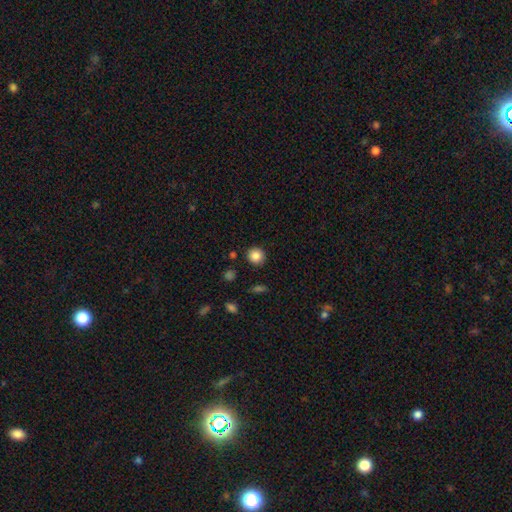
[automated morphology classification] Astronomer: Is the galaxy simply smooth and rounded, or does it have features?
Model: smooth — 86%.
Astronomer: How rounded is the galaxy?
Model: round — 90%.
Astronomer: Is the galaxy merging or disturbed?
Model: none — 89%.